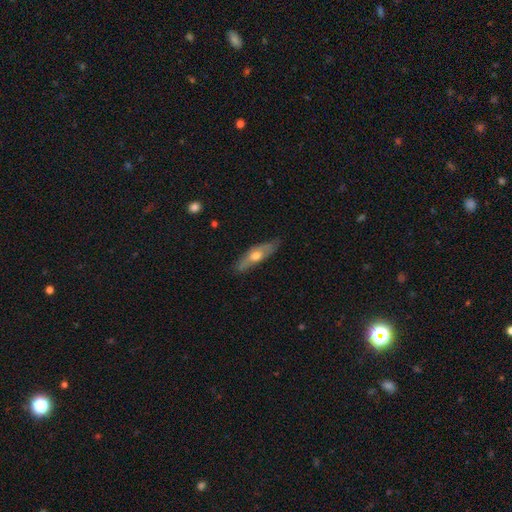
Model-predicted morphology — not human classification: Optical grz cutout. It shows a smooth galaxy with no disk features (48%). Merging: none (77%).